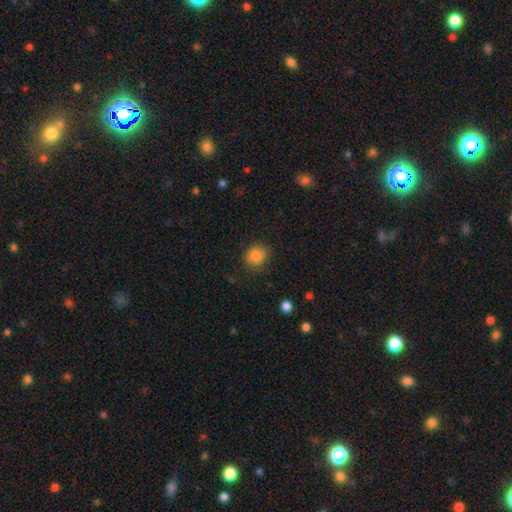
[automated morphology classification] smooth-or-featured: smooth: 86% | star or artifact: 9% | featured or disk: 5%
  how-rounded: round: 71% | in between: 28% | cigar-shaped: 1%
  merging: none: 77% | minor disturbance: 17% | major disturbance: 5% | merger: 1%